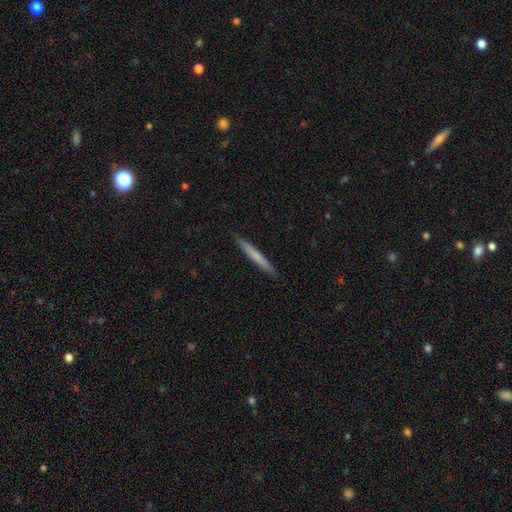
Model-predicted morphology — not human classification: The model was most divided on "smooth or featured": smooth: 64%, featured or disk: 31%, star or artifact: 5%. More confident: how rounded — cigar-shaped (97%); merging — none (92%).